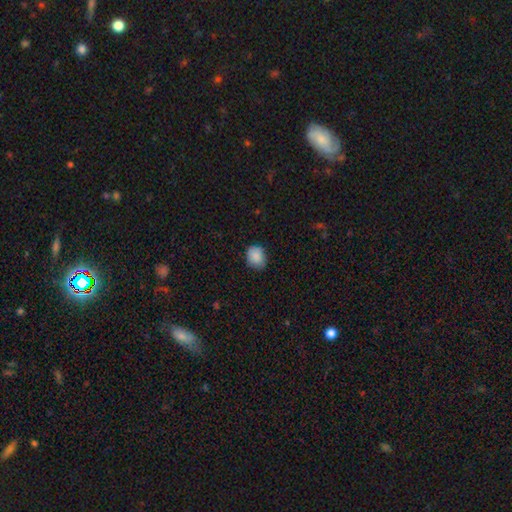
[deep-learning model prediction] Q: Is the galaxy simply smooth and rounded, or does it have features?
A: smooth — 88%.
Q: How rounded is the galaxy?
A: in between — 50%.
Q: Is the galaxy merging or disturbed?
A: none — 76%.